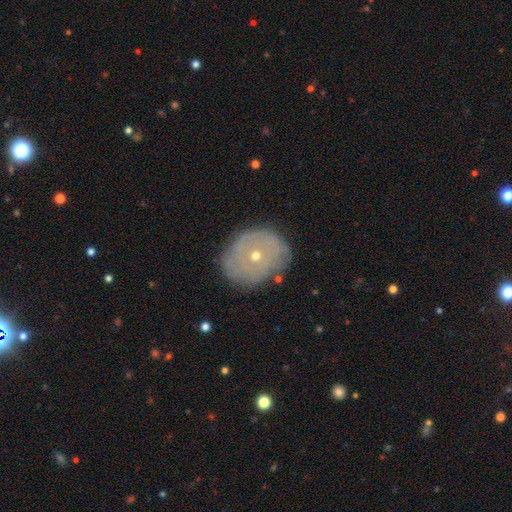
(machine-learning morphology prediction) This is likely a featured or disk galaxy (60%). It is clearly not viewed edge-on (95%). Bar: clearly no (89%). Spiral arm pattern: possibly yes (53%). Central bulge: likely small (63%). Merging: likely none (79%).